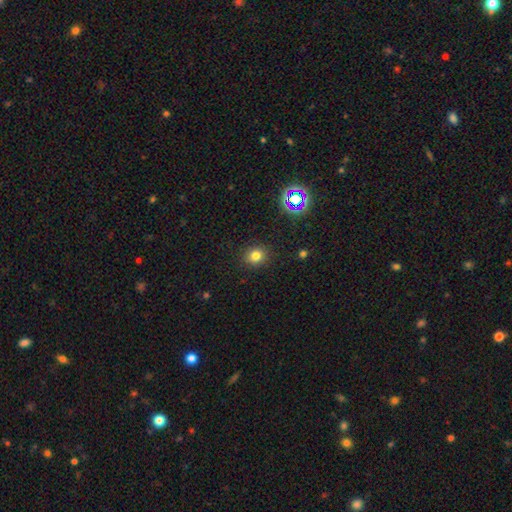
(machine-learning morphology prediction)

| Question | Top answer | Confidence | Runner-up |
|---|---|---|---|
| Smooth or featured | smooth | 78% | star or artifact (16%) |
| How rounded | round | 84% | in between (15%) |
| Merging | none | 90% | minor disturbance (7%) |